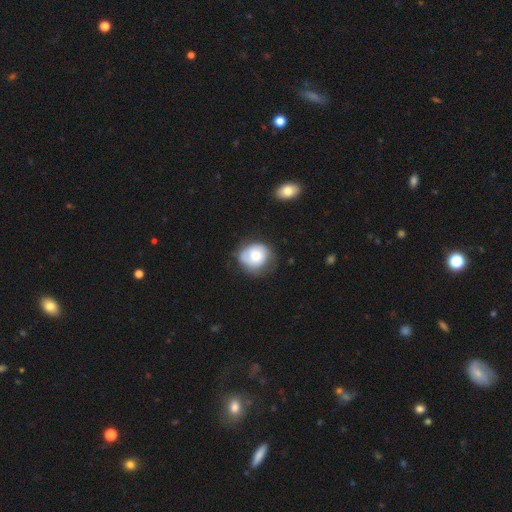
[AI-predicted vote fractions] Smooth or featured? smooth (65%)
How rounded? round (75%)
Merging? none (57%)